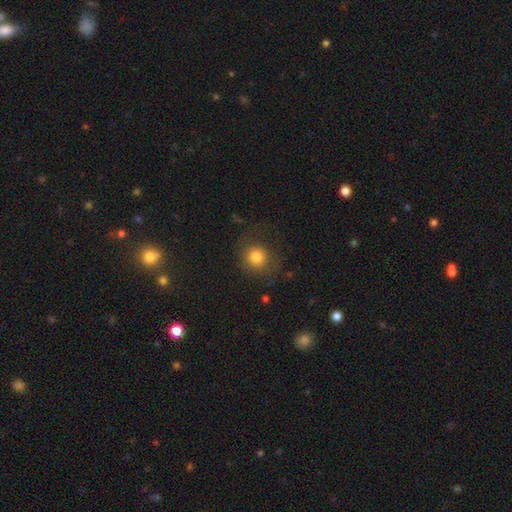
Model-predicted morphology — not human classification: Q: Smooth or featured?
A: smooth (77%); runner-up: star or artifact (13%)
Q: How rounded?
A: round (86%); runner-up: in between (13%)
Q: Merging?
A: none (75%); runner-up: minor disturbance (14%)